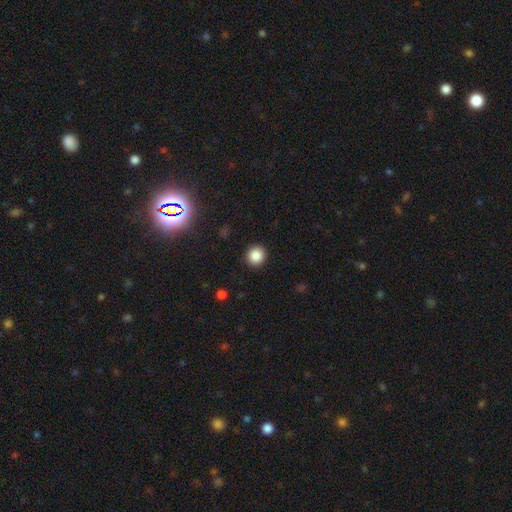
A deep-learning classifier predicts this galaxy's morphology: This is clearly a smooth galaxy (86%). How rounded: clearly round (92%). Merging: clearly none (92%).